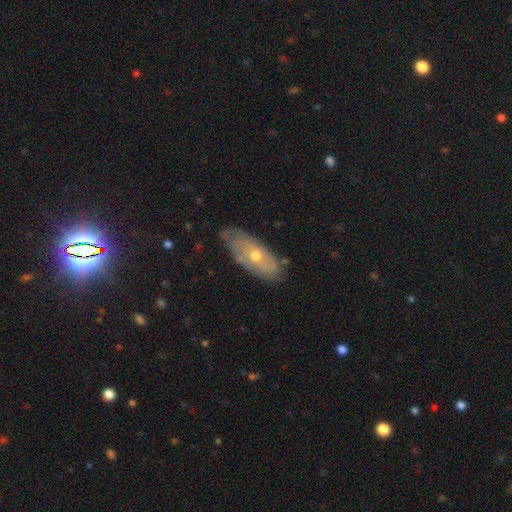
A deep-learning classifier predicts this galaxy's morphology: featured or disk 53%, smooth 41%, star or artifact 6%. Down the decision tree: edge-on disk — no (78%); merging — none (61%).